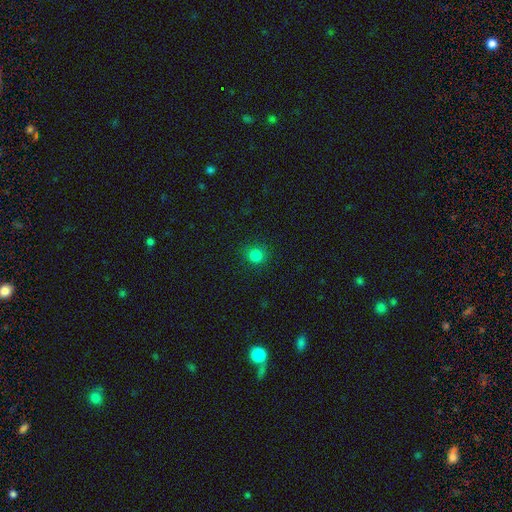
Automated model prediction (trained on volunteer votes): smooth_or_featured: smooth (p=0.83) [alt: star or artifact p=0.14]
how_rounded: round (p=0.92) [alt: in between p=0.07]
merging: none (p=0.90) [alt: minor disturbance p=0.07]